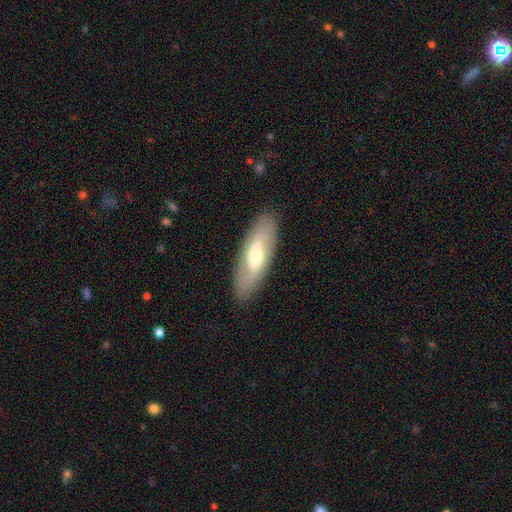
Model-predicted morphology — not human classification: Smooth or featured? Predicted: featured or disk (p=0.47, tied with smooth). Merging? Predicted: none (p=0.86).